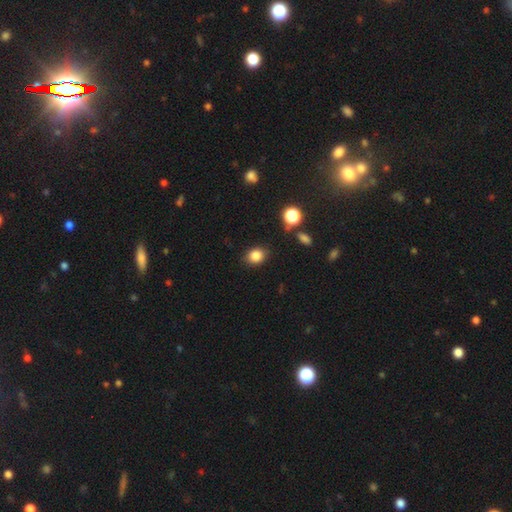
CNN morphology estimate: A smooth galaxy with no disk features (84%) that is round (55%).

Vote fractions:
- Smooth or featured? smooth: 84% / star or artifact: 11% / featured or disk: 5%
- How rounded? round: 55% / in between: 44% / cigar-shaped: 1%
- Merging? none: 83% / minor disturbance: 12% / major disturbance: 3% / merger: 2%